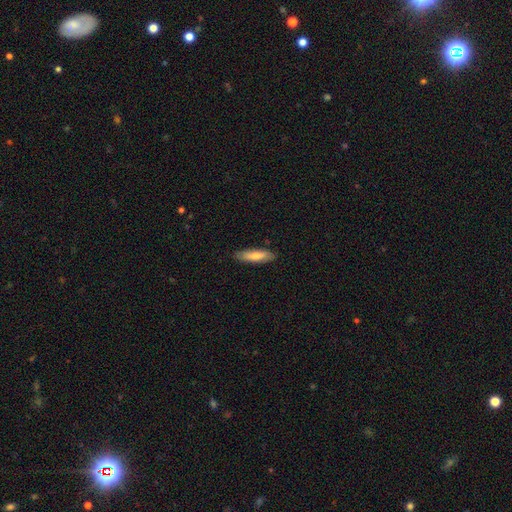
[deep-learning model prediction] smooth 74%, featured or disk 20%, star or artifact 6%. Down the decision tree: how rounded — cigar-shaped (68%); merging — none (86%).